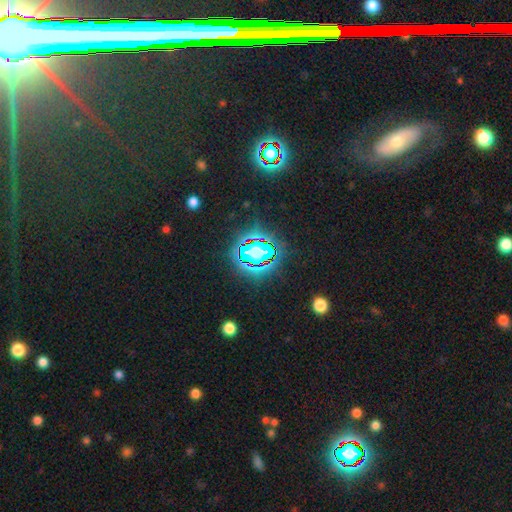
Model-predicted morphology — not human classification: type=star or artifact (77%).